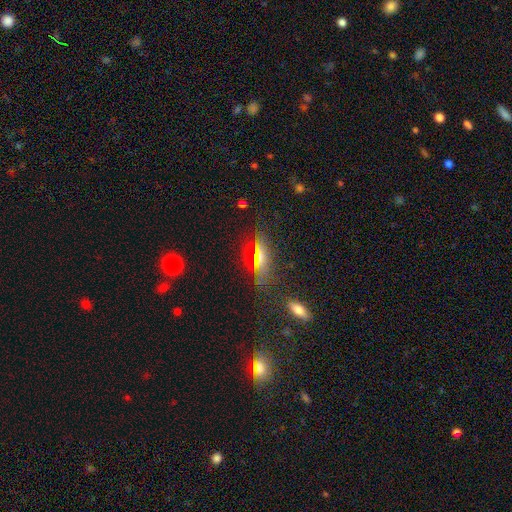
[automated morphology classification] This appears to be a smooth galaxy with no disk features (38%). Merging: none (81%).